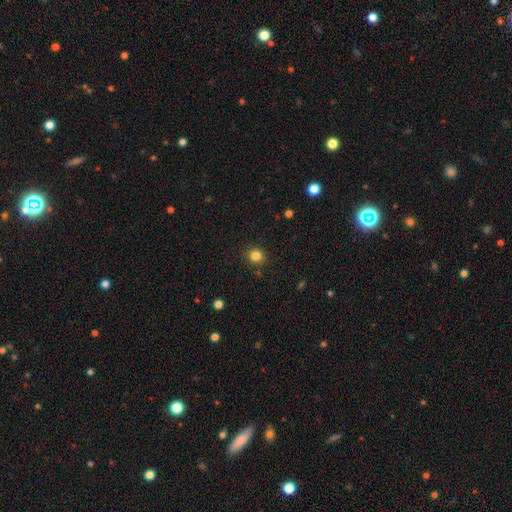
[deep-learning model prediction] Smooth or featured: smooth — 83% (star or artifact — 12%)
How rounded: round — 90% (in between — 9%)
Merging: none — 89% (minor disturbance — 7%)